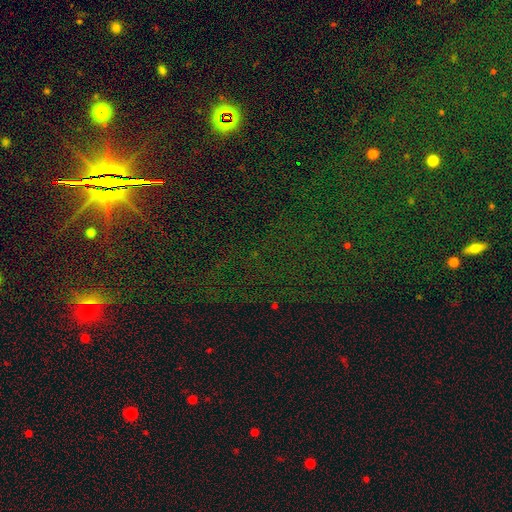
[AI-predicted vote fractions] This is clearly a star or artifact rather than a galaxy (83%).